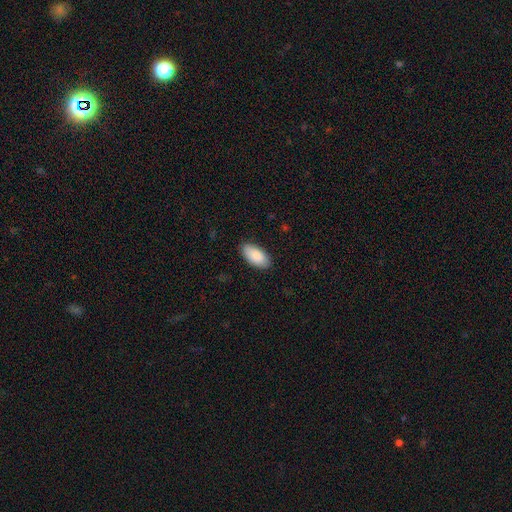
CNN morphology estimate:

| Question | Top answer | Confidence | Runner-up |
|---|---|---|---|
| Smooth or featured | smooth | 88% | featured or disk (6%) |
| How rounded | in between | 94% | cigar-shaped (4%) |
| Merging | none | 86% | minor disturbance (11%) |